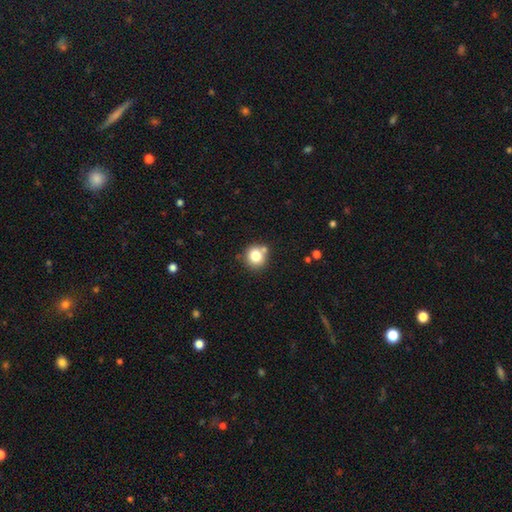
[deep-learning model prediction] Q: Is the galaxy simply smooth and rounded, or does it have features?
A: smooth — 79%.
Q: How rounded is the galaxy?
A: round — 88%.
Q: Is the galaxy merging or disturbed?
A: none — 71%.